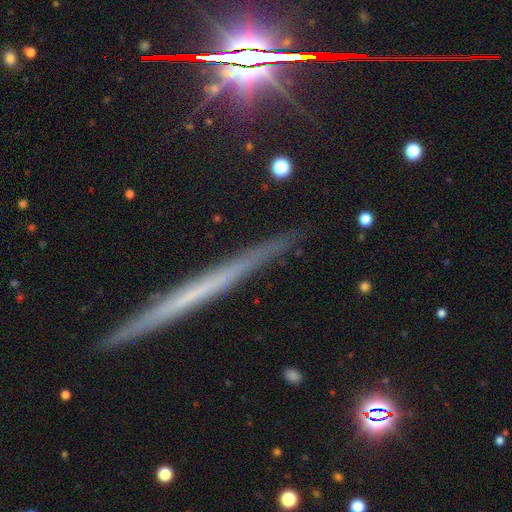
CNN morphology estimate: This appears to be a featured or disk galaxy (47%). Merging: none (88%).